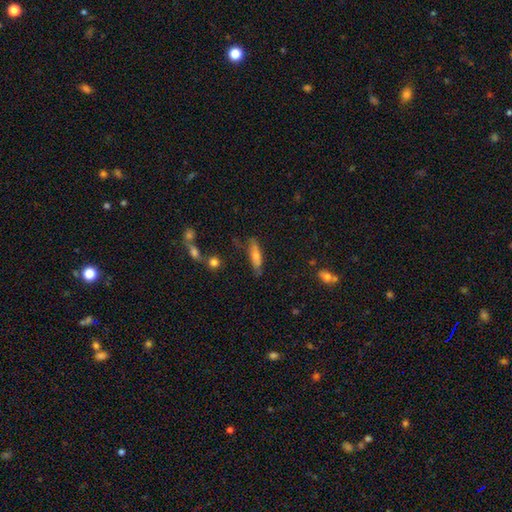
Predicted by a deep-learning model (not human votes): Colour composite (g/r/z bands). It shows a smooth galaxy with no disk features (60%) that is cigar-shaped (72%). Merging: none (75%).